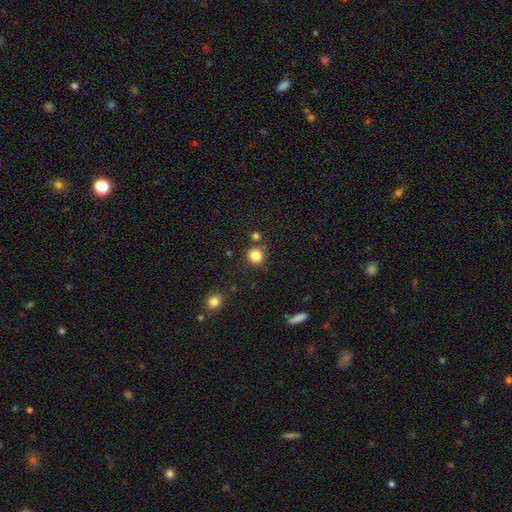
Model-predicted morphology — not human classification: Smooth or featured? Predicted: smooth (p=0.85). How rounded? Predicted: round (p=0.90). Merging? Predicted: none (p=0.80).